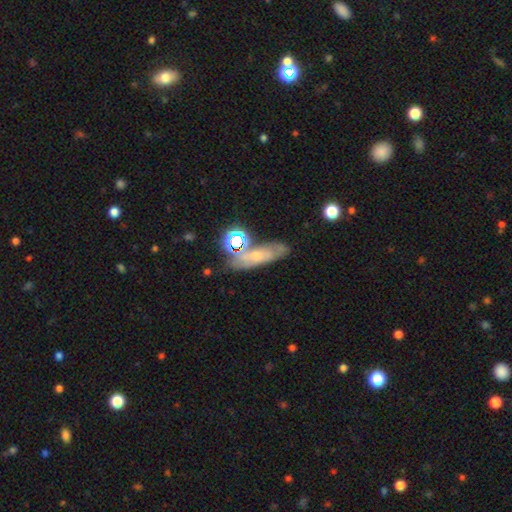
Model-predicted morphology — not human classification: Smooth or featured: smooth — 44% (featured or disk — 33%)
Merging: none — 56% (minor disturbance — 20%)